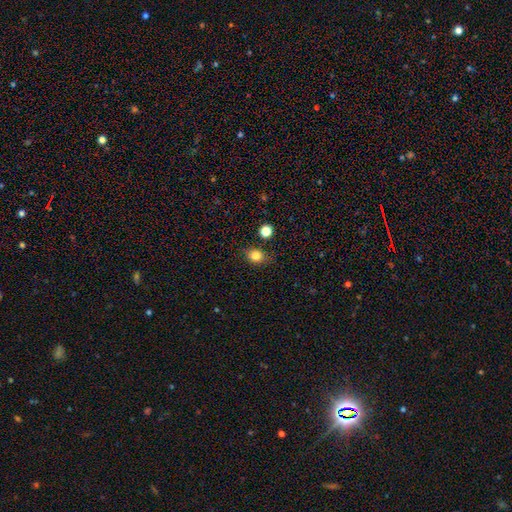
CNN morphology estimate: The model was most divided on "how rounded": round: 60%, in between: 39%, cigar-shaped: 1%. More confident: smooth or featured — smooth (82%); merging — none (79%).